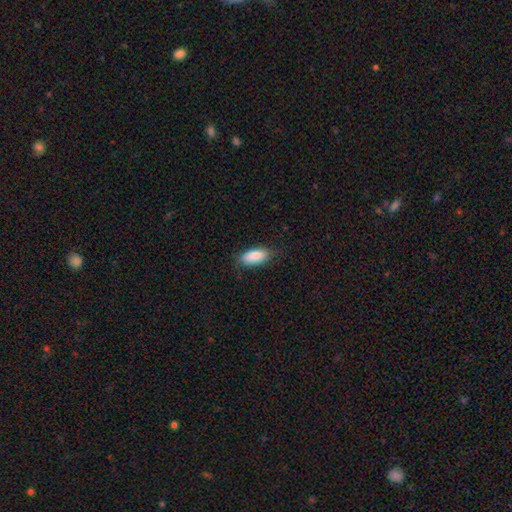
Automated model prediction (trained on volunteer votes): A smooth galaxy with no disk features (88%) that is in between round and cigar-shaped (86%). Merging: none (78%).